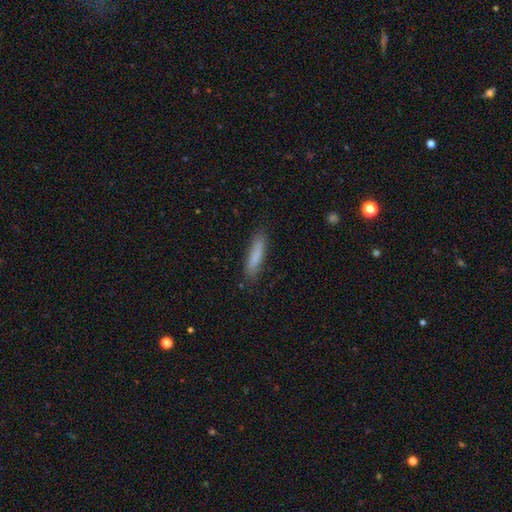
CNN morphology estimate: Smooth or featured: smooth — 82% (featured or disk — 11%)
How rounded: cigar-shaped — 84% (in between — 15%)
Merging: none — 85% (minor disturbance — 12%)